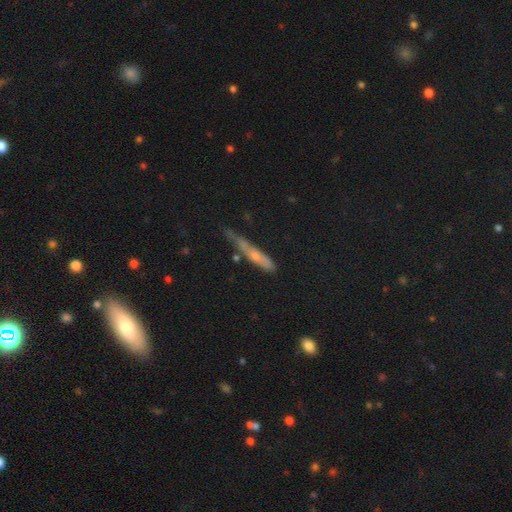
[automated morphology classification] This appears to be a smooth galaxy with no disk features (47%). Merging: none (47%).